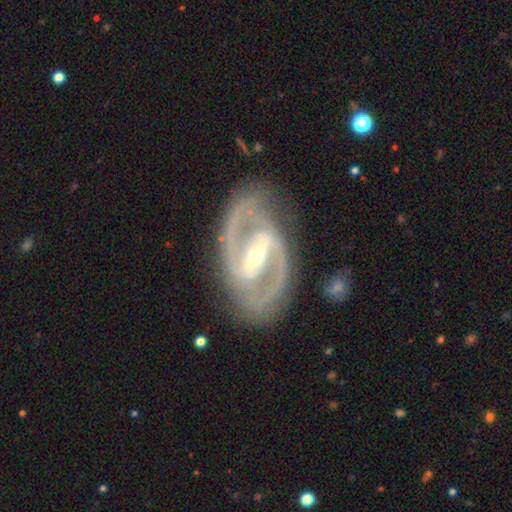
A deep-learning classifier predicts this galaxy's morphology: Smooth or featured?
  - featured or disk: 91% *
  - star or artifact: 5%
  - smooth: 4%
Edge-on disk?
  - no: 96% *
  - yes: 4%
Bar?
  - strong: 65% *
  - weak: 26%
  - no: 9%
Spiral arms?
  - yes: 96% *
  - no: 4%
Spiral winding?
  - medium: 53% *
  - tight: 37%
  - loose: 10%
Spiral arm count?
  - 2: 90% *
  - can't tell: 3%
  - 3: 3%
  - 1: 1%
  - 4: 1%
  - more than 4: 1%
Bulge size?
  - small: 53% *
  - moderate: 43%
  - large: 2%
  - none: 1%
  - dominant: 1%
Merging?
  - none: 81% *
  - minor disturbance: 12%
  - major disturbance: 5%
  - merger: 2%